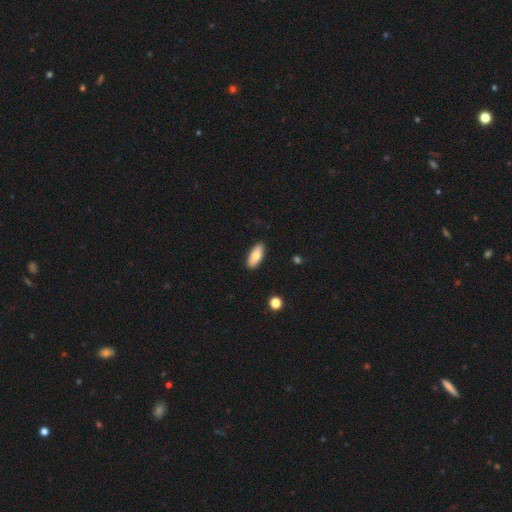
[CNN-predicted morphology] A smooth galaxy with no disk features (77%) that is in between round and cigar-shaped (83%).

Vote fractions:
- Smooth or featured? smooth: 77% / featured or disk: 16% / star or artifact: 6%
- How rounded? in between: 83% / cigar-shaped: 15% / round: 2%
- Merging? none: 88% / minor disturbance: 9% / major disturbance: 2% / merger: 1%